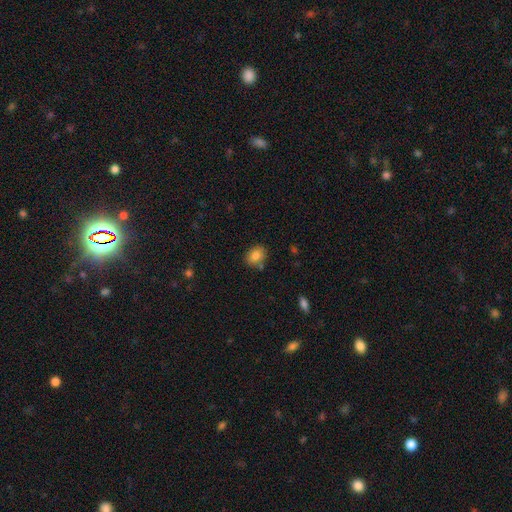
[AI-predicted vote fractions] Overall: smooth (83%). How rounded: in between (60%; round 39%). Merging: none (78%).